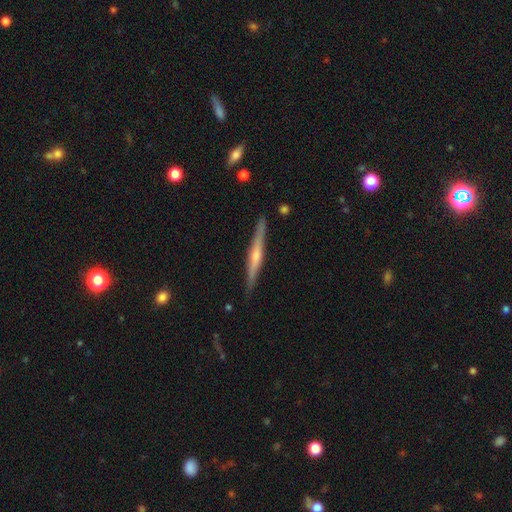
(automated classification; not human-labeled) A featured or disk galaxy (72%) viewed edge-on (98%) with a rounded central bulge (72%). Merging: none (90%).